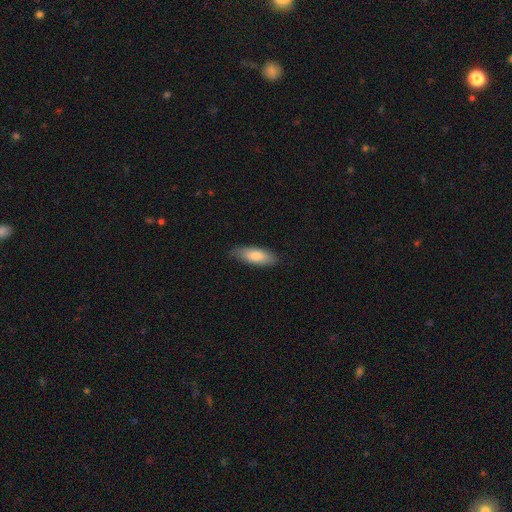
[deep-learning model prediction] Q: Smooth or featured?
A: smooth (81%); runner-up: featured or disk (14%)
Q: How rounded?
A: in between (67%); runner-up: cigar-shaped (31%)
Q: Merging?
A: none (81%); runner-up: minor disturbance (16%)